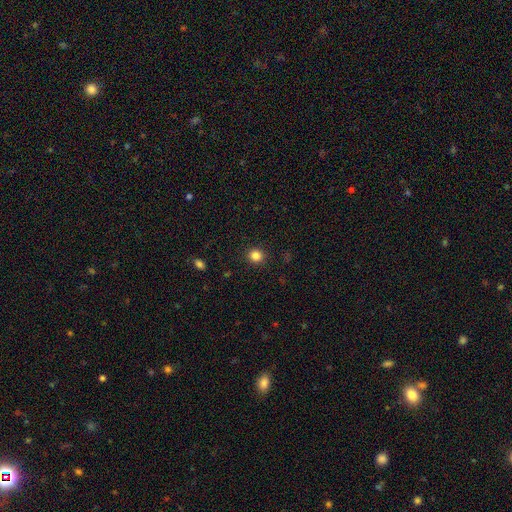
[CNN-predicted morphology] A smooth galaxy with no disk features (84%) that is round (90%).

Vote fractions:
- Smooth or featured? smooth: 84% / star or artifact: 12% / featured or disk: 4%
- How rounded? round: 90% / in between: 9% / cigar-shaped: 1%
- Merging? none: 92% / minor disturbance: 5% / major disturbance: 2% / merger: 1%